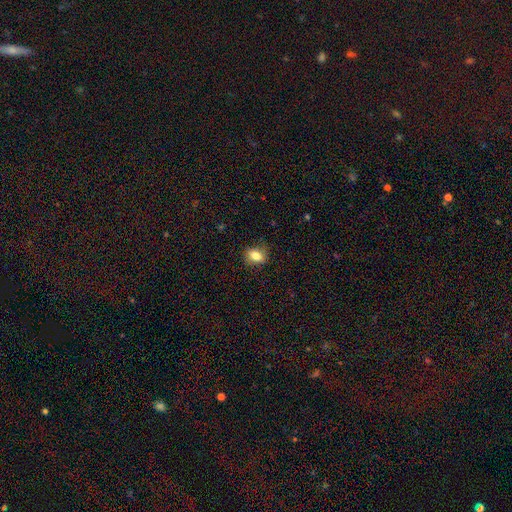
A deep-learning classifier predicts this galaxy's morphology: This is clearly a smooth galaxy (81%). How rounded: likely in between (64%). Merging: clearly none (81%).